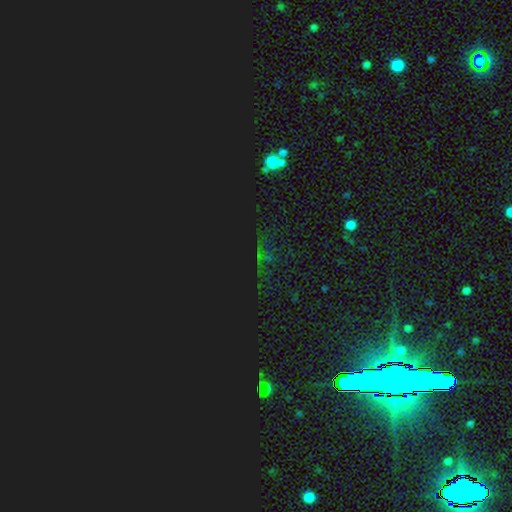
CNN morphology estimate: star or artifact 85%, smooth 9%, featured or disk 6%.